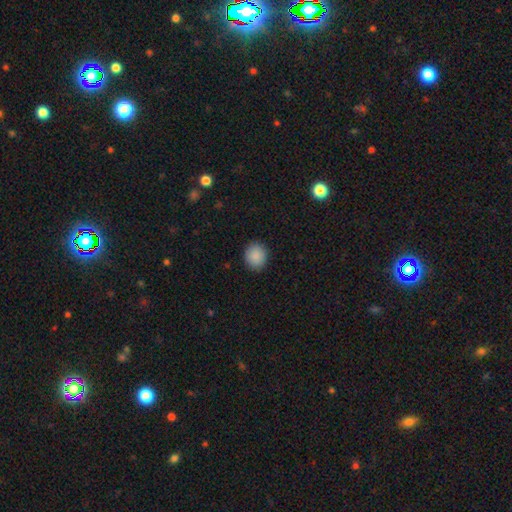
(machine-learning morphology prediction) Smooth or featured? smooth (89%)
How rounded? round (77%)
Merging? none (90%)